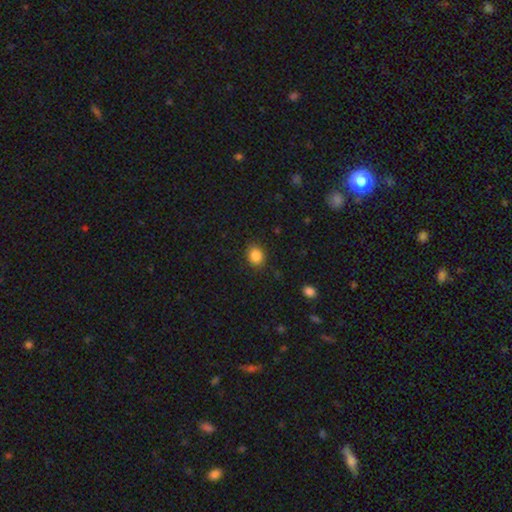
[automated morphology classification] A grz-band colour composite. It shows a smooth galaxy with no disk features (86%) that is round (58%). Merging: none (87%).